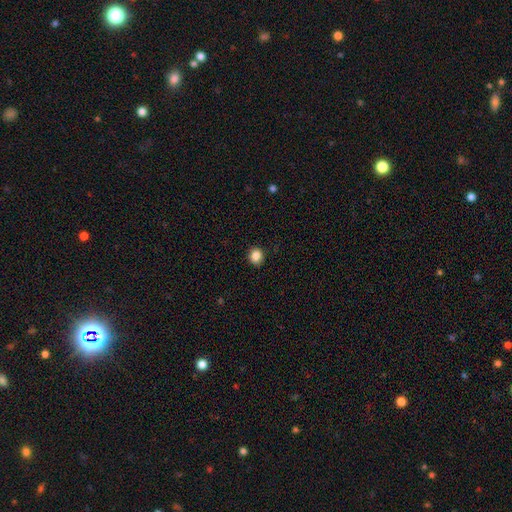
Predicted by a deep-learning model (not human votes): Q: Smooth or featured?
A: smooth (86%); runner-up: star or artifact (10%)
Q: How rounded?
A: round (82%); runner-up: in between (17%)
Q: Merging?
A: none (91%); runner-up: minor disturbance (6%)